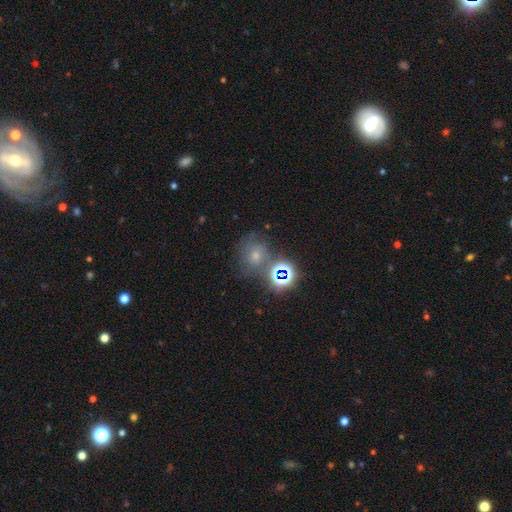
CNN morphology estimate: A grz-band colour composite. It shows a star or artifact, not a galaxy (39%).